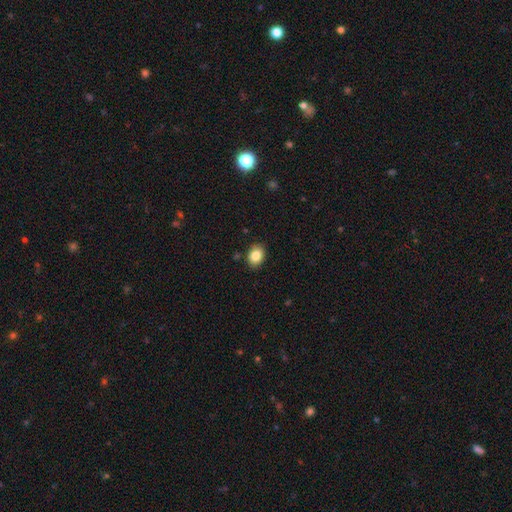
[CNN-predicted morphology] The model was most divided on "how rounded": in between: 65%, round: 34%, cigar-shaped: 1%. More confident: merging — none (87%); smooth or featured — smooth (85%).